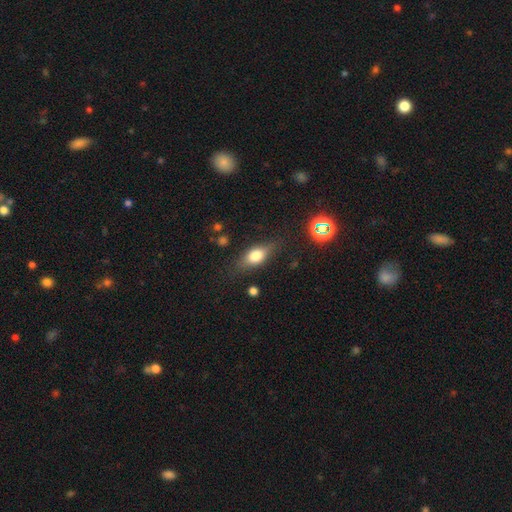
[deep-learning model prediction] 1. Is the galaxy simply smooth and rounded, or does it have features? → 66% smooth, 25% featured or disk, 10% star or artifact.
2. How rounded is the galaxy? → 74% in between, 15% cigar-shaped, 12% round.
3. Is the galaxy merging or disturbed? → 75% none, 17% minor disturbance, 5% major disturbance, 2% merger.